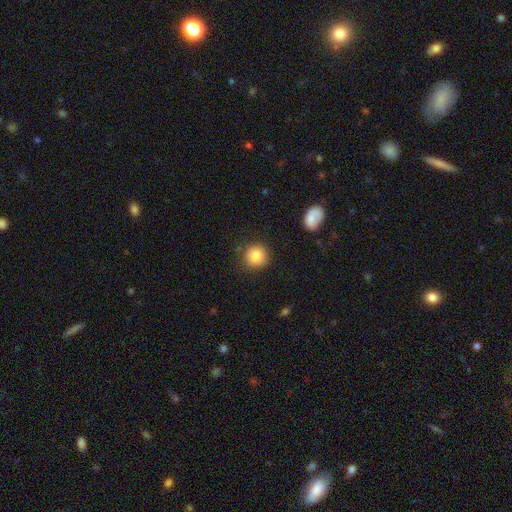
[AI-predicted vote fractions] Q: Smooth or featured?
A: smooth (86%); runner-up: star or artifact (9%)
Q: How rounded?
A: round (92%); runner-up: in between (7%)
Q: Merging?
A: none (84%); runner-up: minor disturbance (11%)